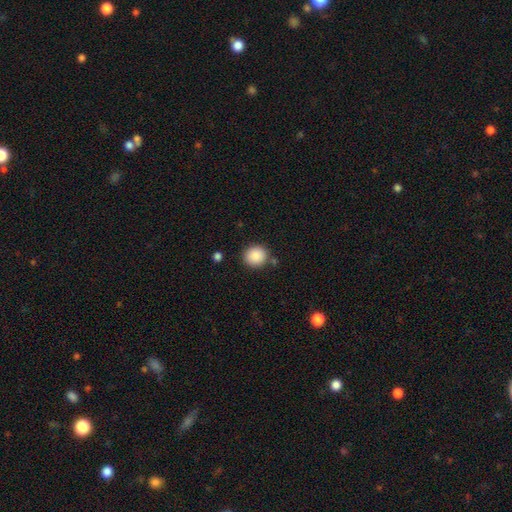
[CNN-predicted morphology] Smooth or featured? smooth (88%)
How rounded? round (88%)
Merging? none (83%)